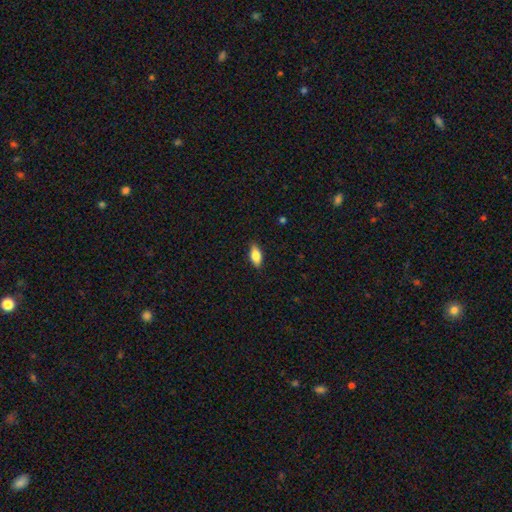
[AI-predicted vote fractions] Smooth or featured?
  - smooth: 75% *
  - featured or disk: 18%
  - star or artifact: 7%
How rounded?
  - in between: 83% *
  - cigar-shaped: 14%
  - round: 3%
Merging?
  - none: 86% *
  - minor disturbance: 11%
  - major disturbance: 2%
  - merger: 1%